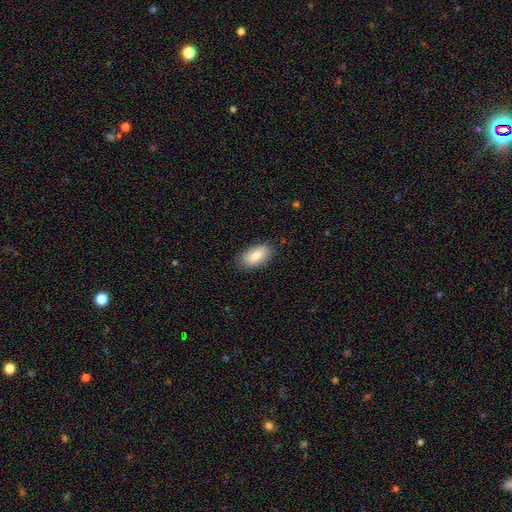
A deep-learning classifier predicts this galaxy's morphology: A smooth galaxy with no disk features (79%) that is in between round and cigar-shaped (92%).

Vote fractions:
- Smooth or featured? smooth: 79% / featured or disk: 14% / star or artifact: 6%
- How rounded? in between: 92% / cigar-shaped: 4% / round: 3%
- Merging? none: 85% / minor disturbance: 11% / major disturbance: 2% / merger: 1%